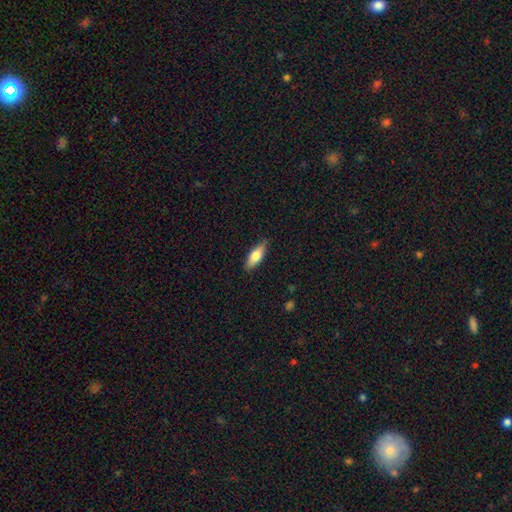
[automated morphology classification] smooth_or_featured: smooth (p=0.71) [alt: featured or disk p=0.23]
how_rounded: in between (p=0.65) [alt: cigar-shaped p=0.33]
merging: none (p=0.84) [alt: minor disturbance p=0.13]